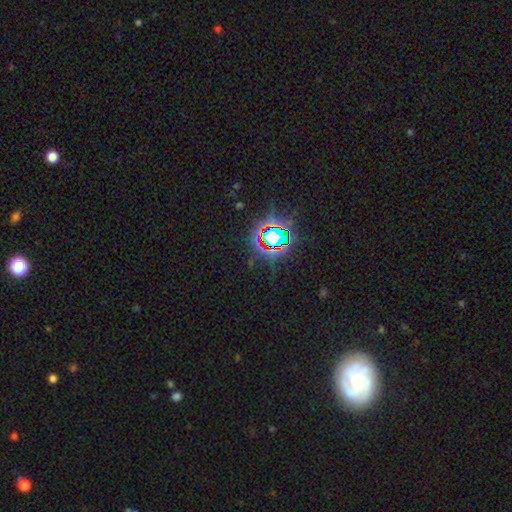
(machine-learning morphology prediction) Q: Smooth or featured?
A: star or artifact (75%); runner-up: smooth (14%)